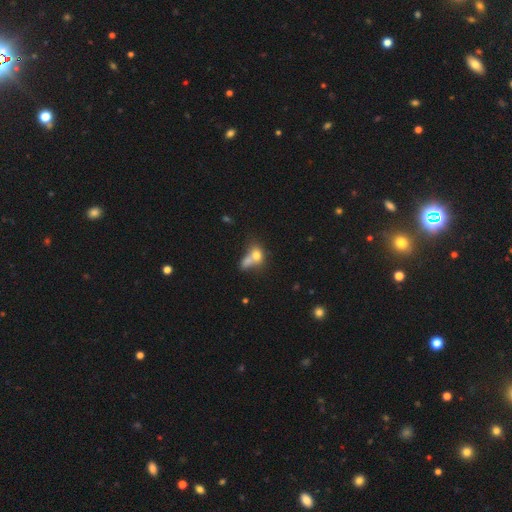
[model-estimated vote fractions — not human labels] Smooth or featured?
  - smooth: 70% *
  - featured or disk: 18%
  - star or artifact: 12%
How rounded?
  - in between: 56% *
  - round: 40%
  - cigar-shaped: 4%
Merging?
  - merger: 53% *
  - none: 22%
  - major disturbance: 14%
  - minor disturbance: 12%